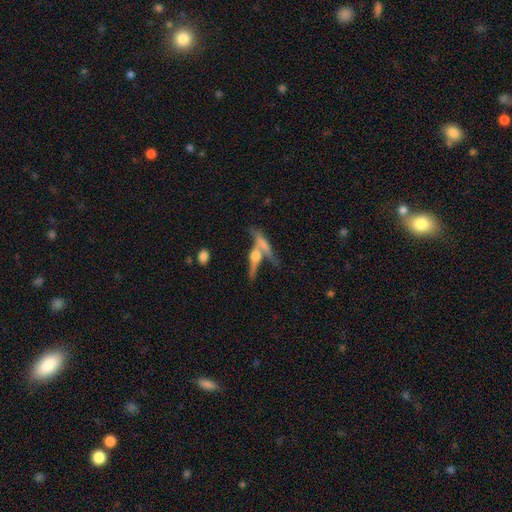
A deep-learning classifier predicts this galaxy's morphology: This appears to be a featured or disk galaxy (63%) viewed edge-on (86%) with a rounded central bulge (82%). Merging: none (43%).